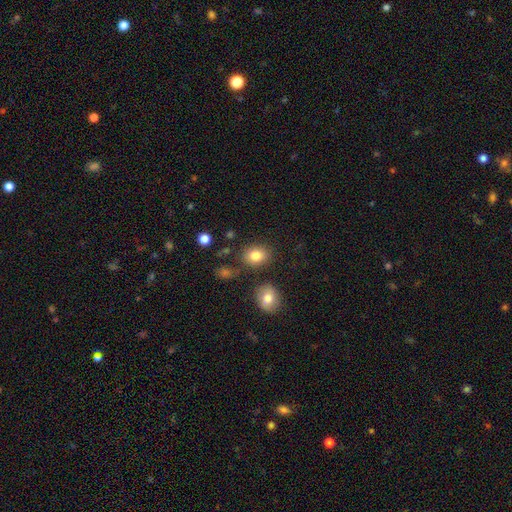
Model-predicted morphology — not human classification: Q: Smooth or featured?
A: smooth (82%); runner-up: star or artifact (10%)
Q: How rounded?
A: in between (50%); runner-up: round (49%)
Q: Merging?
A: none (80%); runner-up: minor disturbance (11%)